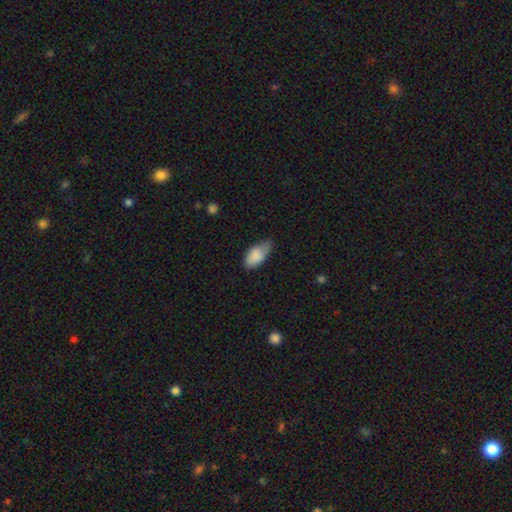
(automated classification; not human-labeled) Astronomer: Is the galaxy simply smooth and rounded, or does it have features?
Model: smooth — 86%.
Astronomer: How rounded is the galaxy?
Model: in between — 93%.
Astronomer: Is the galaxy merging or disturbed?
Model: none — 47% (runner-up: minor disturbance, 42%).